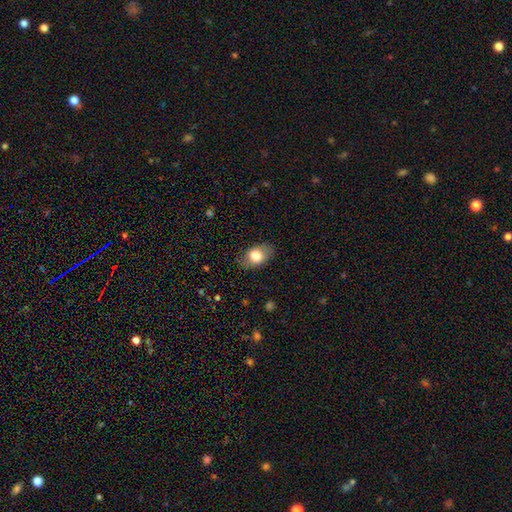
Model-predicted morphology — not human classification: Smooth or featured? Predicted: smooth (p=0.78). How rounded? Predicted: in between (p=0.84). Merging? Predicted: none (p=0.81).